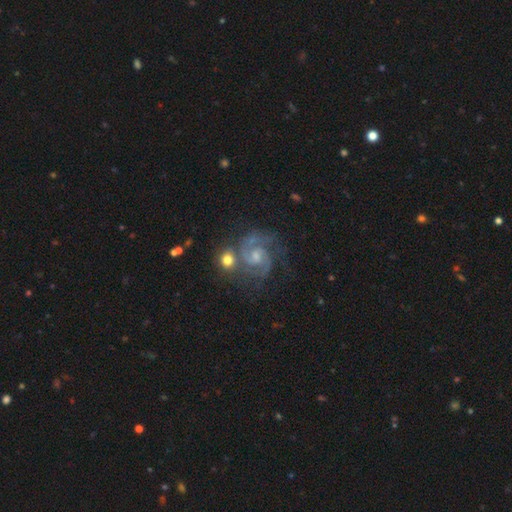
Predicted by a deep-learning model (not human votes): A featured or disk galaxy (89%) with no bar (54%), 2 (79%) medium (51%) spiral arms (98%) and a small central bulge (48%). Merging: none (65%).